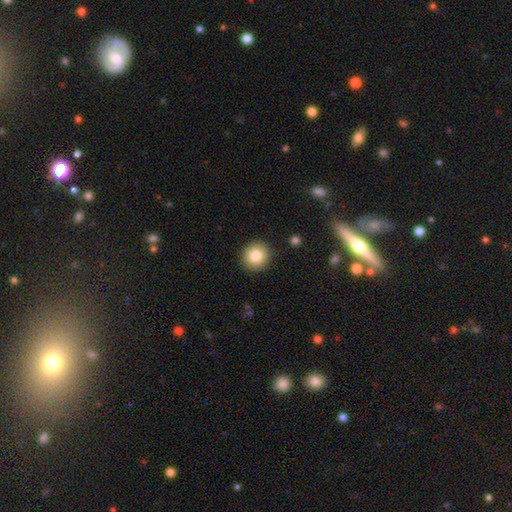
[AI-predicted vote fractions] Smooth or featured? Predicted: smooth (p=0.82). How rounded? Predicted: round (p=0.91). Merging? Predicted: none (p=0.91).